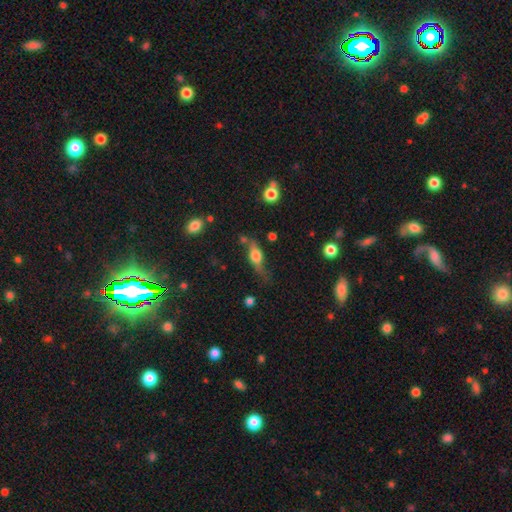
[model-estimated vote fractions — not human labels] smooth-or-featured: smooth: 46% (tied) | featured or disk: 46% (tied) | star or artifact: 9%
  merging: none: 55% | minor disturbance: 27% | major disturbance: 13% | merger: 5%